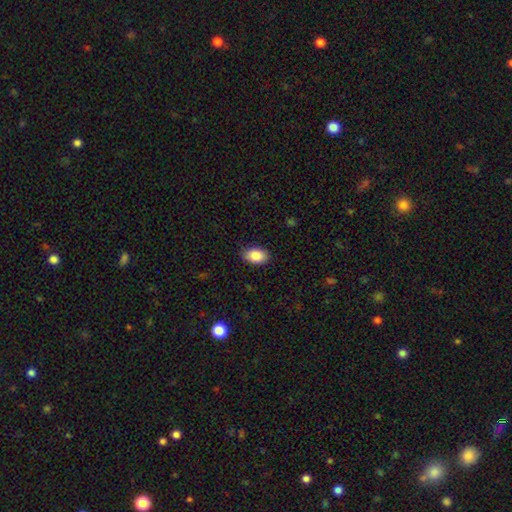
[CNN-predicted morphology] smooth_or_featured: smooth (p=0.88) [alt: star or artifact p=0.07]
how_rounded: in between (p=0.91) [alt: round p=0.08]
merging: none (p=0.83) [alt: minor disturbance p=0.13]